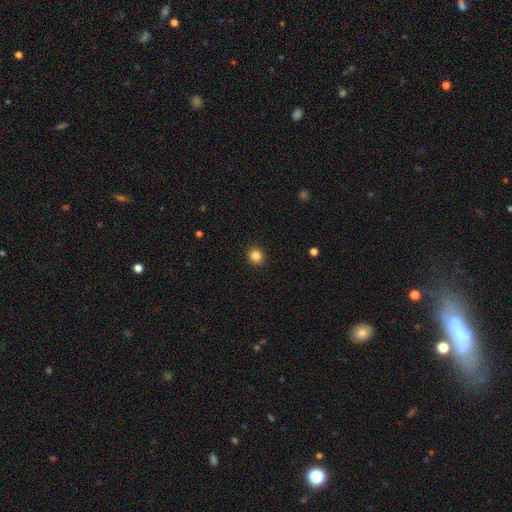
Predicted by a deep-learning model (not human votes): This is clearly a smooth galaxy (85%). How rounded: clearly round (87%). Merging: clearly none (92%).